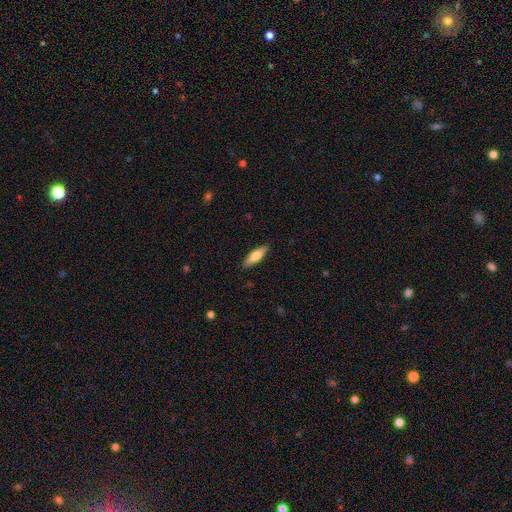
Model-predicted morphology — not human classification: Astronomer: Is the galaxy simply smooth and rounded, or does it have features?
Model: smooth — 56% (runner-up: featured or disk, 38%).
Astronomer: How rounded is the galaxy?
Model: cigar-shaped — 56% (runner-up: in between, 42%).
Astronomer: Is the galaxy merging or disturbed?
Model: none — 89%.